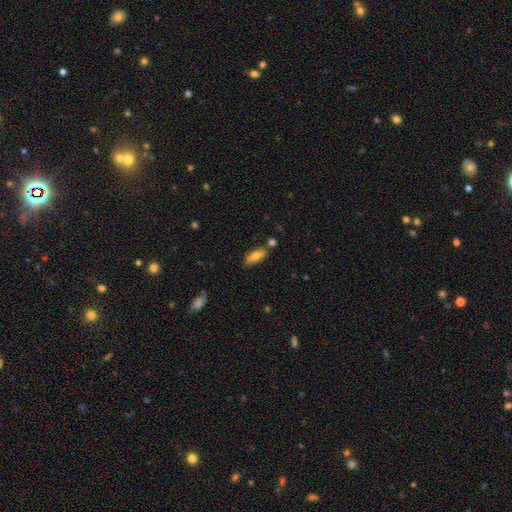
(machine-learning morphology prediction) Smooth or featured: smooth — 69% (featured or disk — 24%)
How rounded: in between — 77% (cigar-shaped — 20%)
Merging: none — 69% (minor disturbance — 17%)